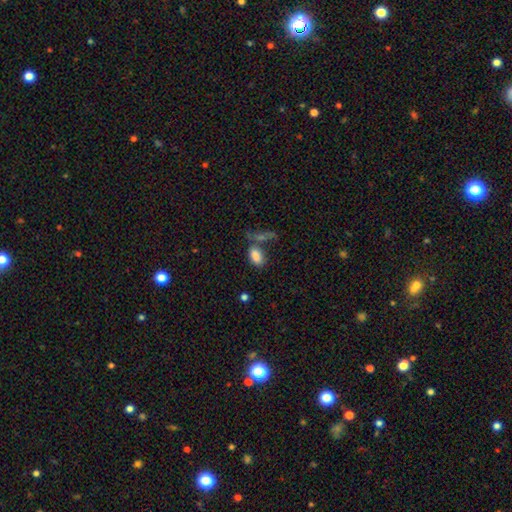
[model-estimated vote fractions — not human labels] Morphology: type=smooth (84%); roundness=in between (92%); merging=none (47%).